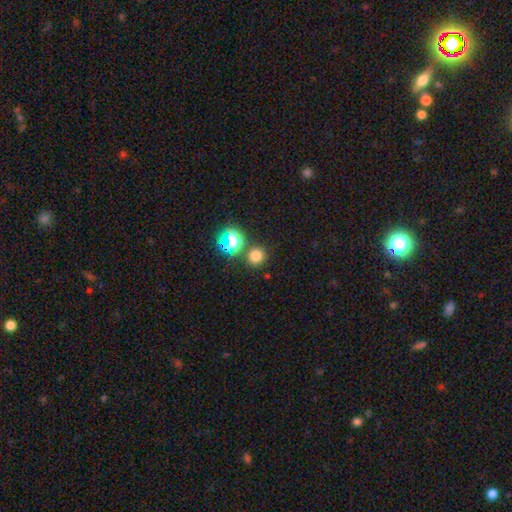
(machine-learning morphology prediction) A smooth galaxy with no disk features (72%) that is round (90%). Merging: none (83%).